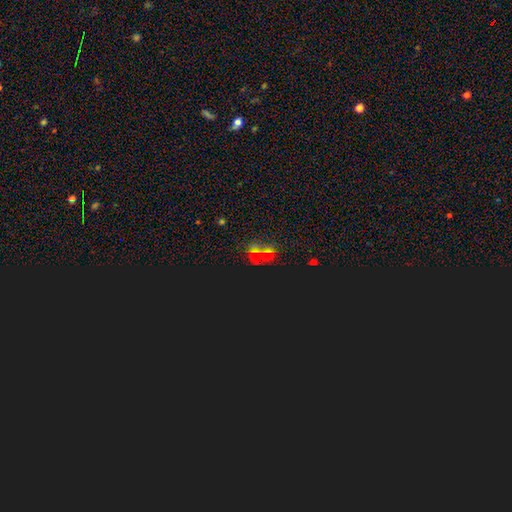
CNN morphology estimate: star or artifact 70%, smooth 21%, featured or disk 9%.